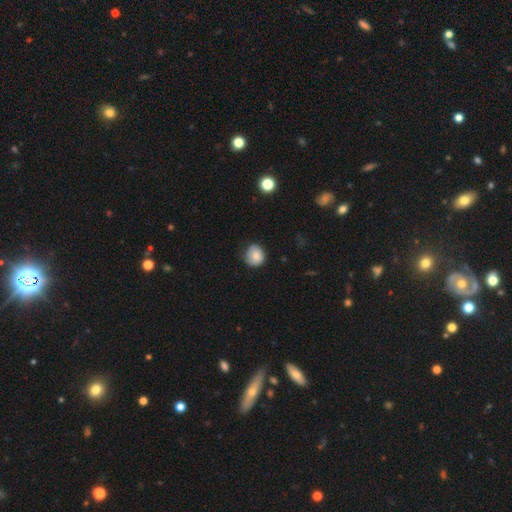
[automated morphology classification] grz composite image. It shows a smooth galaxy with no disk features (82%) that is round (83%). Merging: none (71%).